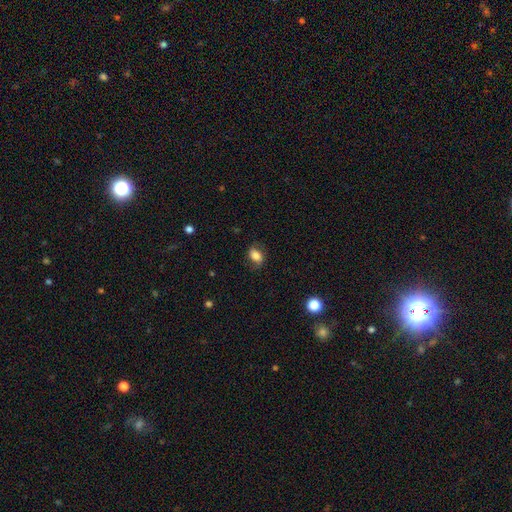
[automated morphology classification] A smooth galaxy with no disk features (73%) that is in between round and cigar-shaped (76%).

Vote fractions:
- Smooth or featured? smooth: 73% / featured or disk: 18% / star or artifact: 9%
- How rounded? in between: 76% / round: 22% / cigar-shaped: 2%
- Merging? none: 72% / minor disturbance: 19% / major disturbance: 7% / merger: 1%